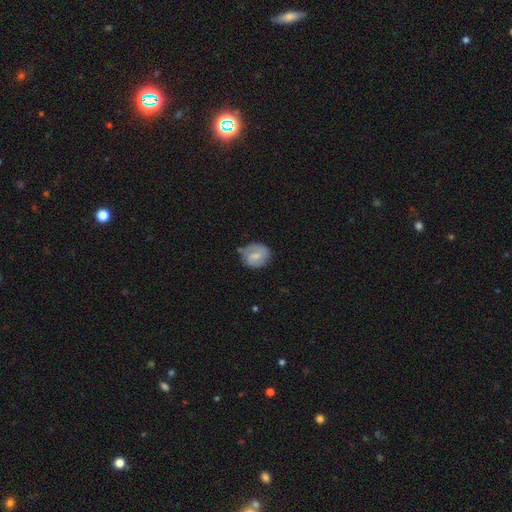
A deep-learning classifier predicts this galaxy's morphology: The model was most divided on "smooth or featured": featured or disk: 49%, smooth: 44%, star or artifact: 7%. More confident: merging — none (62%).